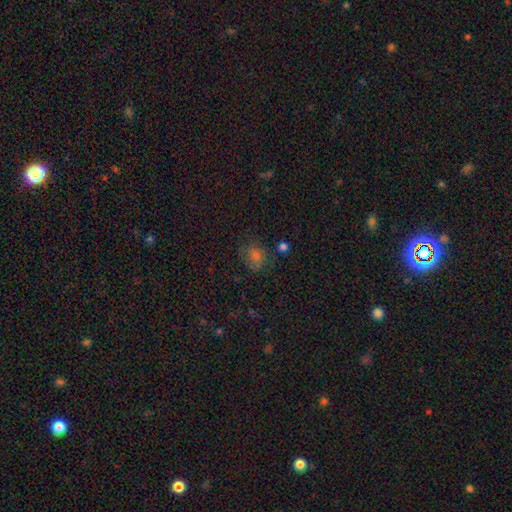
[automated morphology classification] The model was most divided on "smooth or featured": smooth: 51%, star or artifact: 29%, featured or disk: 21%. More confident: merging — none (69%); how rounded — round (61%).